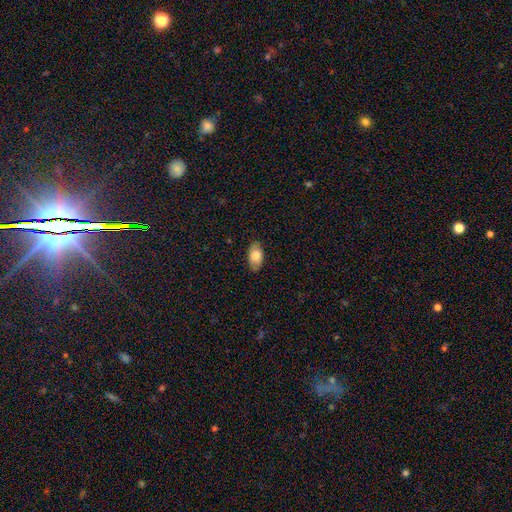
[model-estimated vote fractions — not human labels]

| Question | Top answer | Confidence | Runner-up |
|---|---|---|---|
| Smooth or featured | smooth | 79% | featured or disk (14%) |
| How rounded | in between | 93% | round (5%) |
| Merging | none | 83% | minor disturbance (13%) |